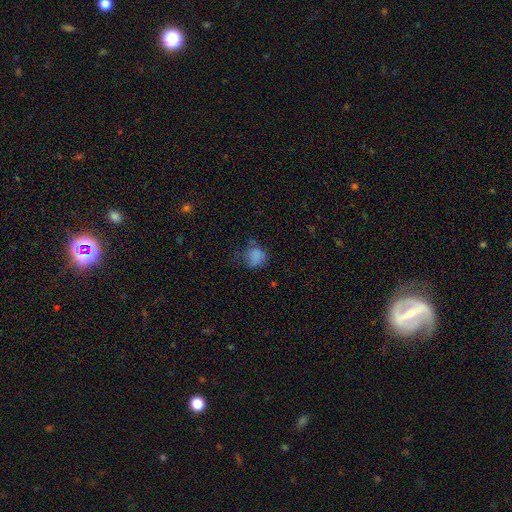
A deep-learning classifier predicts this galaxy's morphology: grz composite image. It shows a smooth galaxy with no disk features (75%) that is round (59%). Merging: none (42%).